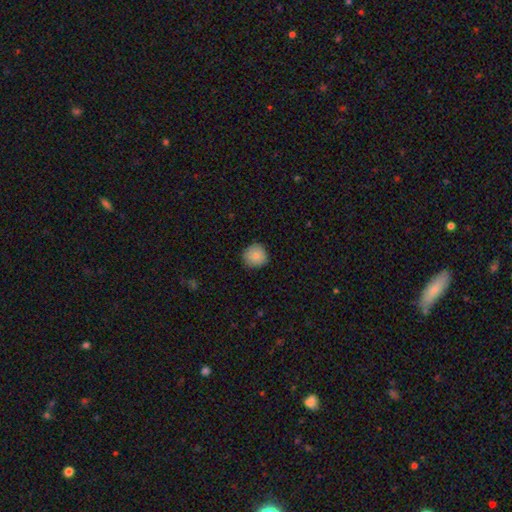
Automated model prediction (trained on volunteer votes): Smooth or featured? Predicted: smooth (p=0.84). How rounded? Predicted: round (p=0.93). Merging? Predicted: none (p=0.87).